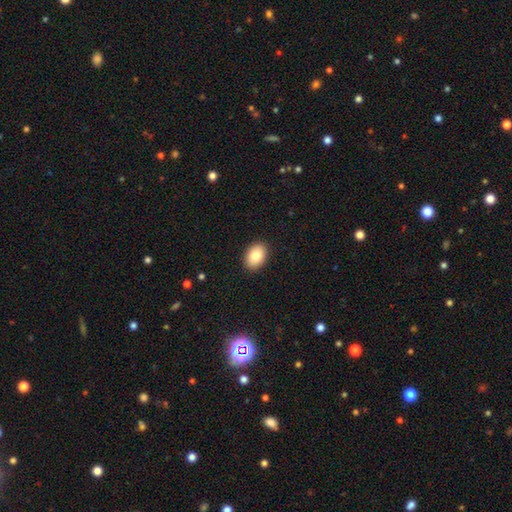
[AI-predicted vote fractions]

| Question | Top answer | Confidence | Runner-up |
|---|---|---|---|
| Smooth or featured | smooth | 84% | featured or disk (9%) |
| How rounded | in between | 80% | round (19%) |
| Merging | none | 90% | minor disturbance (7%) |